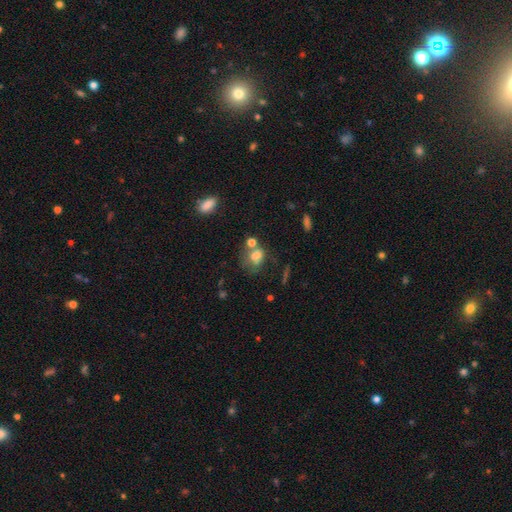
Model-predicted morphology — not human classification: Q: Smooth or featured?
A: smooth (67%); runner-up: featured or disk (19%)
Q: How rounded?
A: in between (54%); runner-up: round (45%)
Q: Merging?
A: none (36%); runner-up: merger (33%)